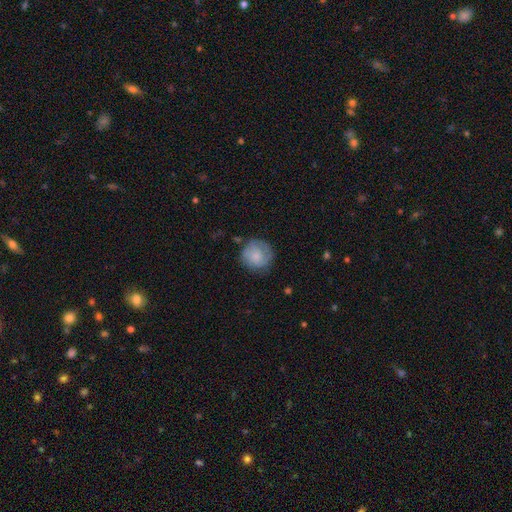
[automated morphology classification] Smooth or featured? Predicted: smooth (p=0.62). How rounded? Predicted: round (p=0.90). Merging? Predicted: none (p=0.69).